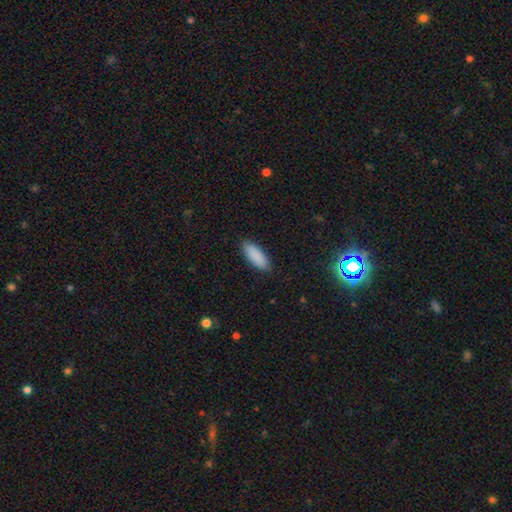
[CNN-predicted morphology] Q: Smooth or featured?
A: smooth (90%); runner-up: star or artifact (6%)
Q: How rounded?
A: in between (73%); runner-up: cigar-shaped (25%)
Q: Merging?
A: none (88%); runner-up: minor disturbance (9%)